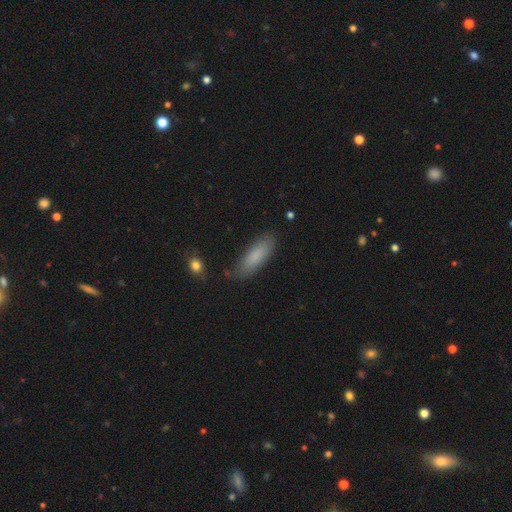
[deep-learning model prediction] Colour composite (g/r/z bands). It shows a smooth galaxy with no disk features (82%) that is in between round and cigar-shaped (50%). Merging: none (79%).